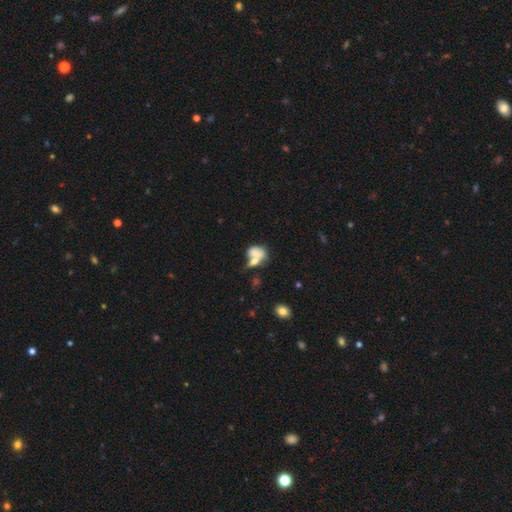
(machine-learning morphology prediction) Overall: smooth (59%; featured or disk 31%). How rounded: in between (69%). Merging: merger (58%; none 22%).